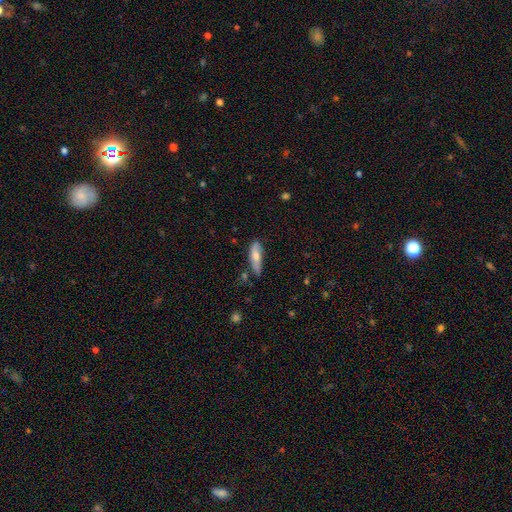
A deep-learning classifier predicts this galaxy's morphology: Smooth or featured? Predicted: smooth (p=0.71). How rounded? Predicted: cigar-shaped (p=0.50). Merging? Predicted: none (p=0.59).